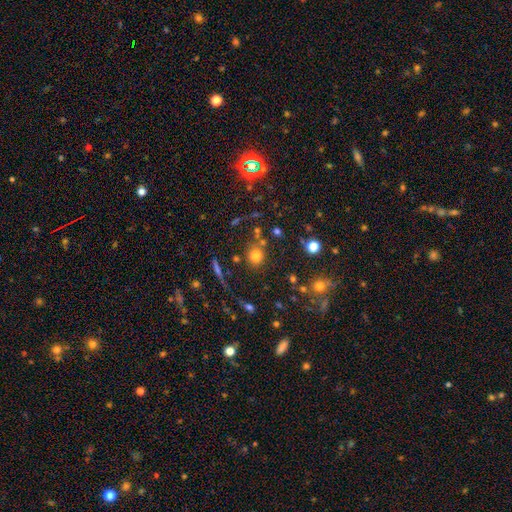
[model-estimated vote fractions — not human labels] This is likely a smooth galaxy (75%). How rounded: clearly round (82%). Merging: likely none (76%).